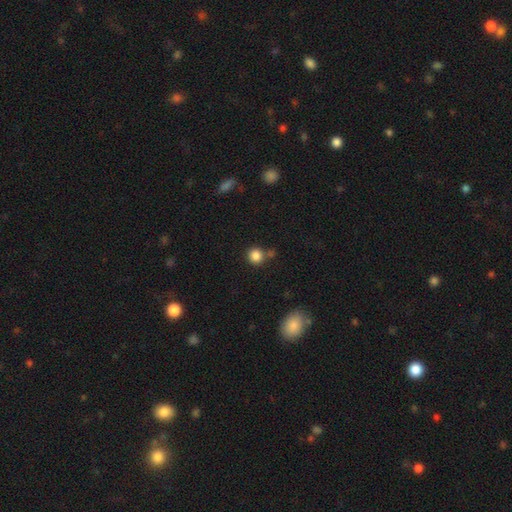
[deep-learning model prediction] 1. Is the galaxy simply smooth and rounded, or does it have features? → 85% smooth, 11% star or artifact, 4% featured or disk.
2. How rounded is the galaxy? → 91% round, 8% in between, 1% cigar-shaped.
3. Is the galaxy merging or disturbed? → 72% none, 13% merger, 11% minor disturbance, 4% major disturbance.